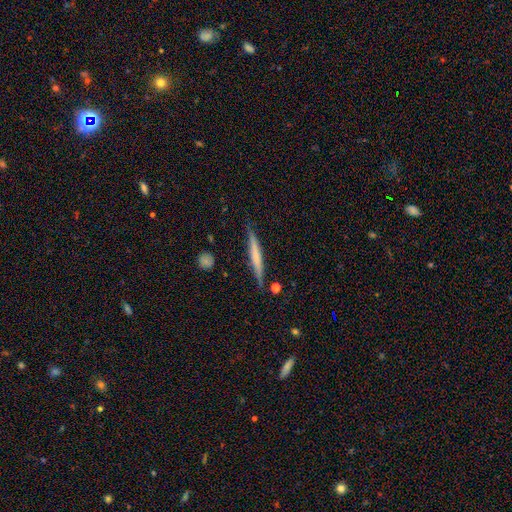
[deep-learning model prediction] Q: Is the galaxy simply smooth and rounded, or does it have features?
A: smooth — 50%.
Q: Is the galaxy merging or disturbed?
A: none — 83%.